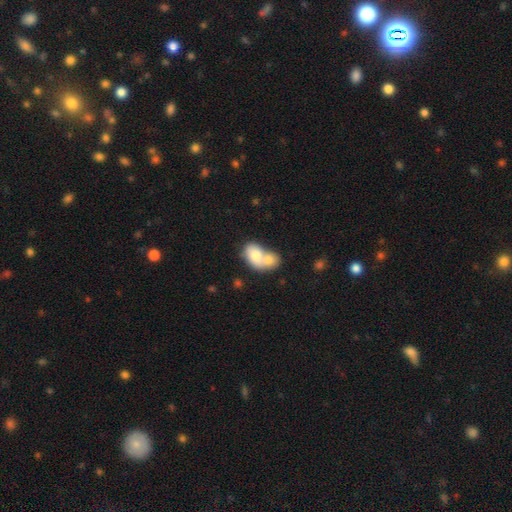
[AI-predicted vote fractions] A smooth galaxy with no disk features (71%) that is in between round and cigar-shaped (76%).

Vote fractions:
- Smooth or featured? smooth: 71% / featured or disk: 22% / star or artifact: 7%
- How rounded? in between: 76% / round: 22% / cigar-shaped: 1%
- Merging? merger: 75% / none: 15% / minor disturbance: 6% / major disturbance: 3%